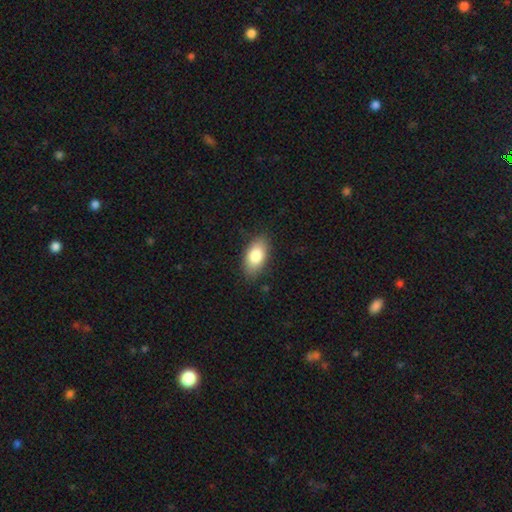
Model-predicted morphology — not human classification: type=smooth (82%); roundness=in between (92%); merging=none (82%).